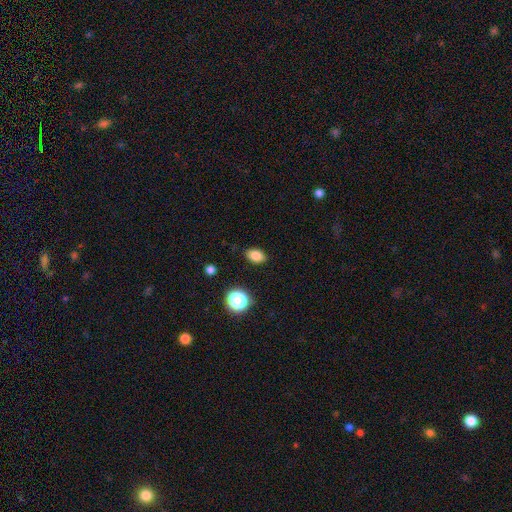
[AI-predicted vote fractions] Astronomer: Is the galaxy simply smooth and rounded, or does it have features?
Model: smooth — 83%.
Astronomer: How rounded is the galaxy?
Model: in between — 81%.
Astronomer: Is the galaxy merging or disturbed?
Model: none — 86%.